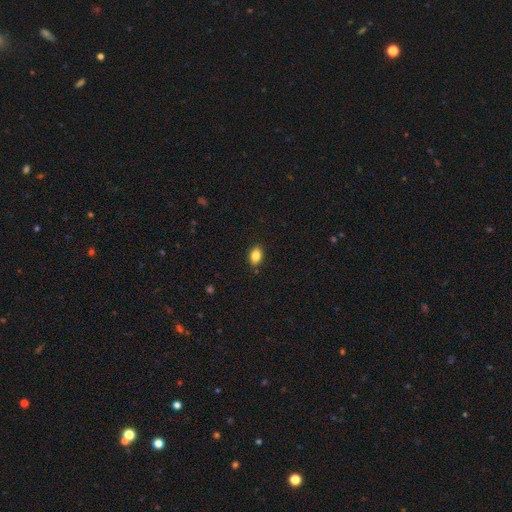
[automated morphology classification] smooth_or_featured: smooth (p=0.85) [alt: star or artifact p=0.09]
how_rounded: in between (p=0.83) [alt: round p=0.15]
merging: none (p=0.88) [alt: minor disturbance p=0.09]